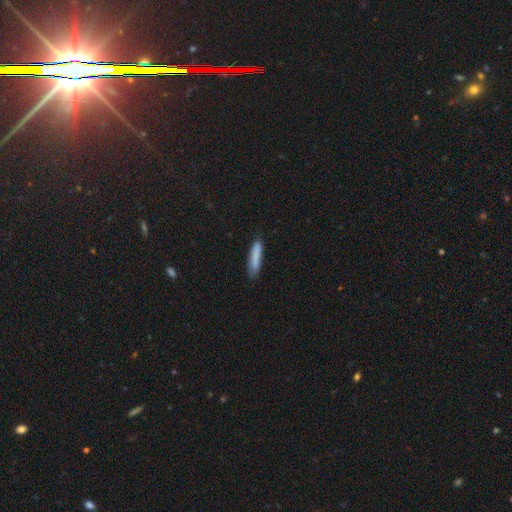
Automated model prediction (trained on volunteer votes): smooth_or_featured: smooth (p=0.84) [alt: featured or disk p=0.09]
how_rounded: cigar-shaped (p=0.84) [alt: in between p=0.14]
merging: none (p=0.82) [alt: minor disturbance p=0.14]